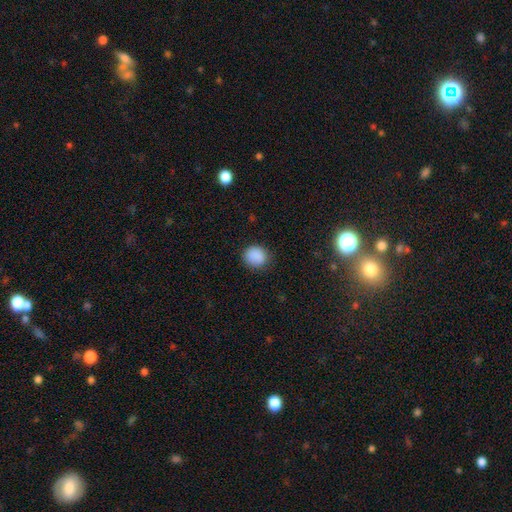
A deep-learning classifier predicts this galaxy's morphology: A smooth galaxy with no disk features (88%) that is round (82%). Merging: none (86%).